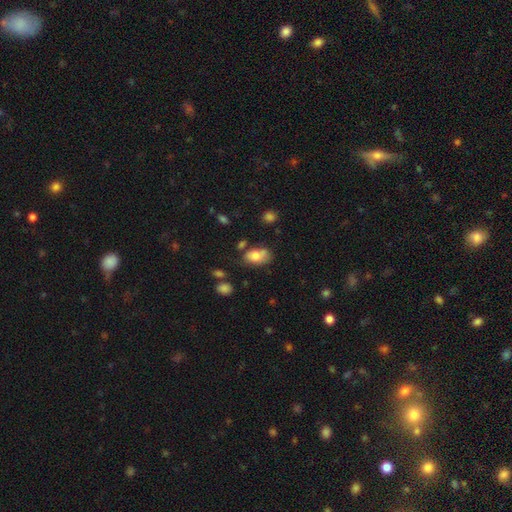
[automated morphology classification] Smooth or featured: smooth — 76% (featured or disk — 16%)
How rounded: in between — 90% (round — 8%)
Merging: none — 49% (minor disturbance — 28%)